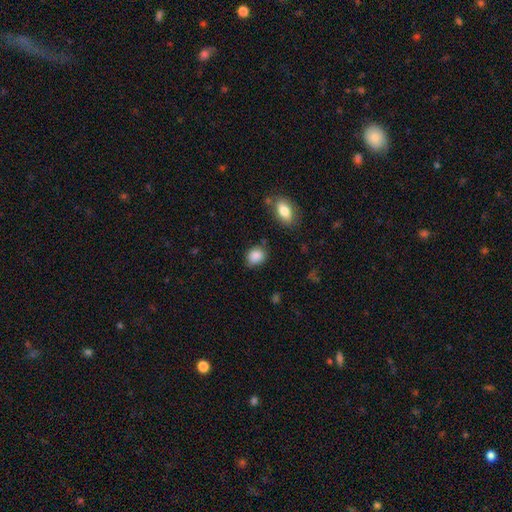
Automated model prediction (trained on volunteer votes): This is clearly a smooth galaxy (88%). How rounded: possibly round (54%). Merging: likely none (75%).